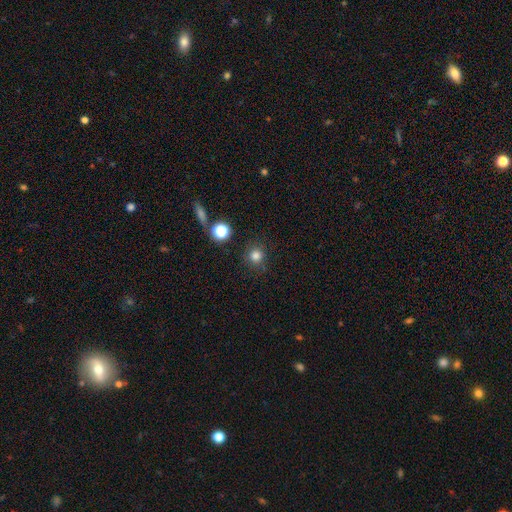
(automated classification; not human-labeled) smooth-or-featured: smooth: 81% | star or artifact: 14% | featured or disk: 5%
  how-rounded: round: 91% | in between: 8% | cigar-shaped: 1%
  merging: none: 85% | minor disturbance: 9% | major disturbance: 3% | merger: 3%